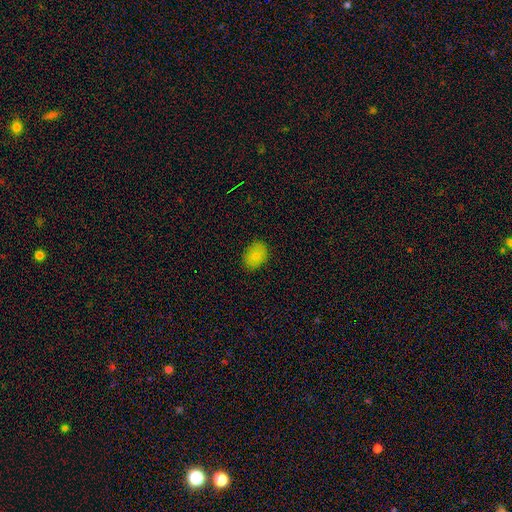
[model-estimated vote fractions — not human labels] Q: Smooth or featured?
A: smooth (84%); runner-up: star or artifact (10%)
Q: How rounded?
A: in between (75%); runner-up: round (24%)
Q: Merging?
A: none (85%); runner-up: minor disturbance (12%)